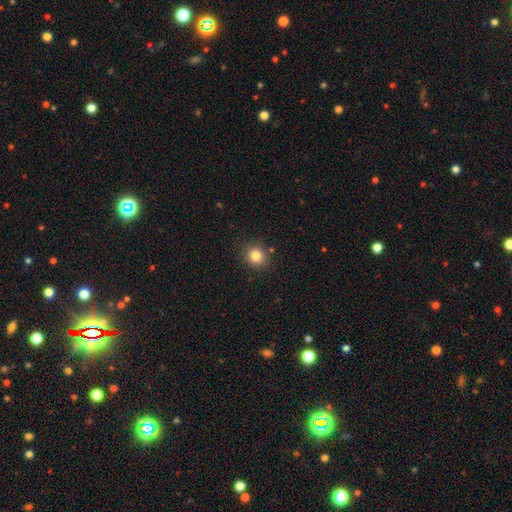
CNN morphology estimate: Smooth or featured: smooth — 83% (star or artifact — 12%)
How rounded: round — 82% (in between — 17%)
Merging: none — 88% (minor disturbance — 8%)